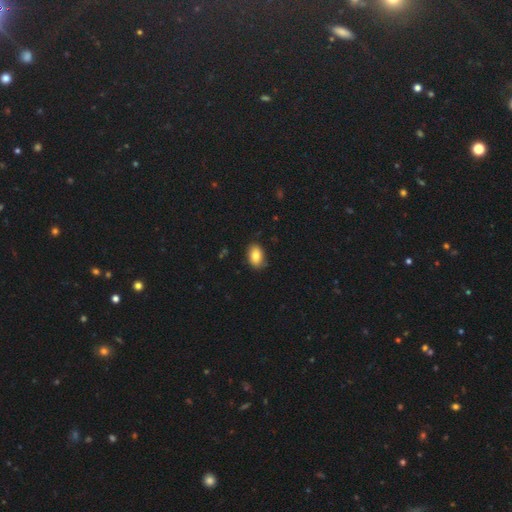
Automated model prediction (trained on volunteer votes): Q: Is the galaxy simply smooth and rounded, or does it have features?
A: smooth — 83%.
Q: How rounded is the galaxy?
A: in between — 87%.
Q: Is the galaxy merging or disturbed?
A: none — 83%.